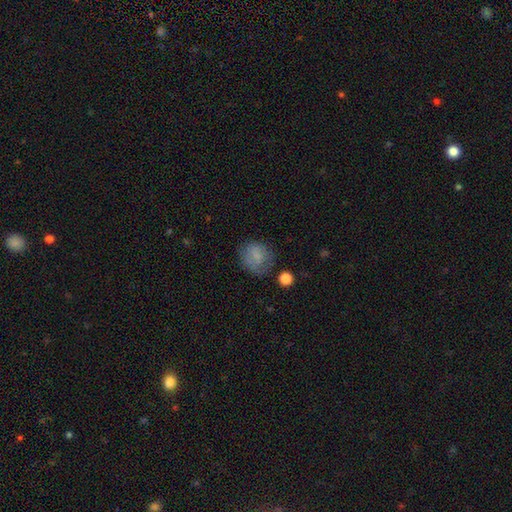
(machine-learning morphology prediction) Smooth or featured? Predicted: smooth (p=0.73). How rounded? Predicted: round (p=0.73). Merging? Predicted: none (p=0.62).